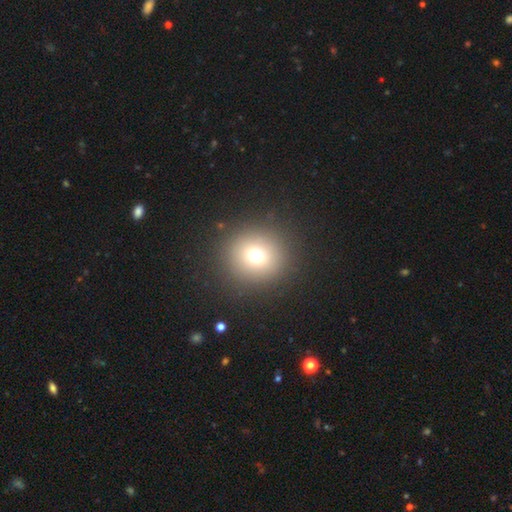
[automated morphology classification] type=smooth (71%); roundness=round (93%); merging=none (89%).